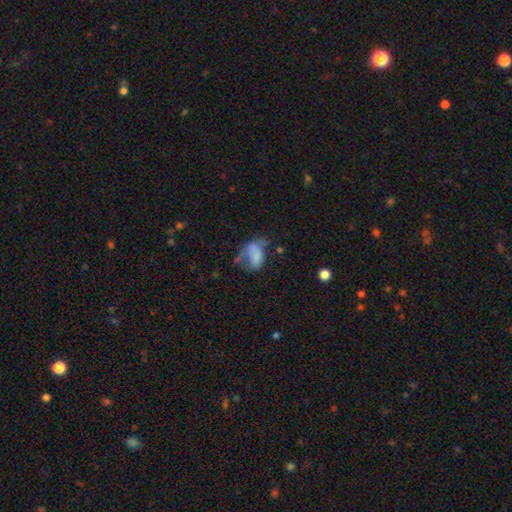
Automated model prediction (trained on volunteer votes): This appears to be a smooth galaxy with no disk features (58%) that is in between round and cigar-shaped (84%). Merging: major disturbance (40%).